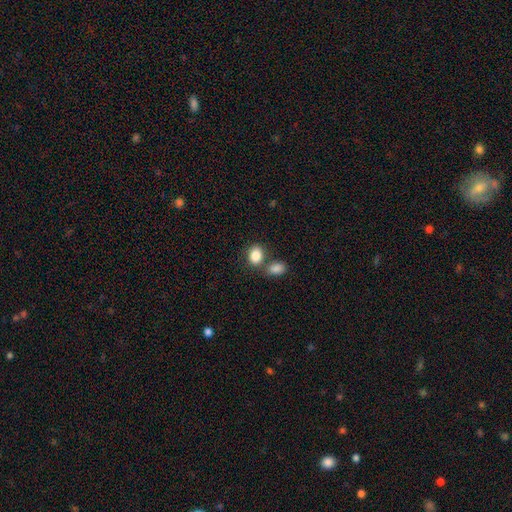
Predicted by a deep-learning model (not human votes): Smooth or featured: smooth — 86% (star or artifact — 8%)
How rounded: in between — 66% (round — 33%)
Merging: none — 53% (merger — 32%)